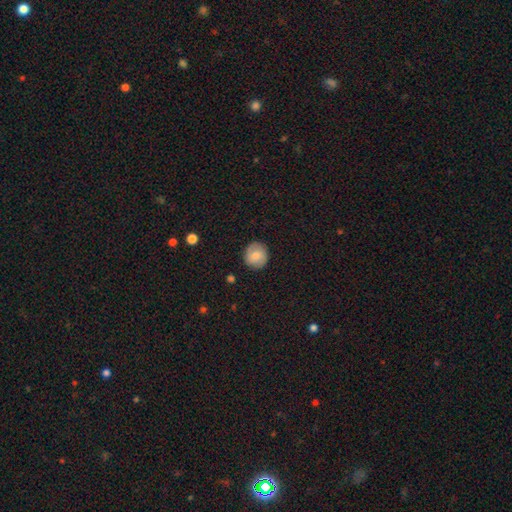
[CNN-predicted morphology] Overall: smooth (75%). How rounded: round (88%). Merging: none (87%).